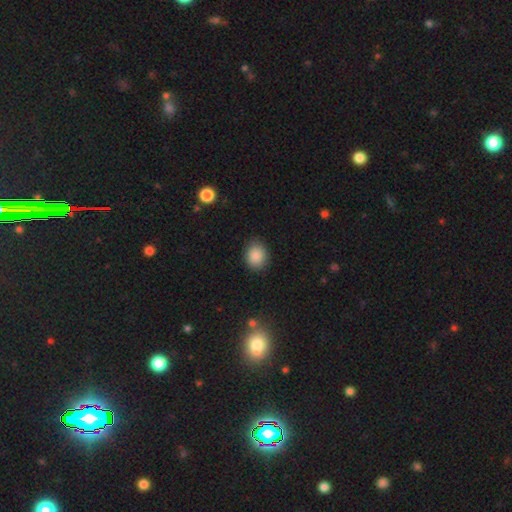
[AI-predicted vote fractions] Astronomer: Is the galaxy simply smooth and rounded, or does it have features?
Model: smooth — 87%.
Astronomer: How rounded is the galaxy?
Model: round — 57% (runner-up: in between, 42%).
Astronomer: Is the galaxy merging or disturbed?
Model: none — 86%.